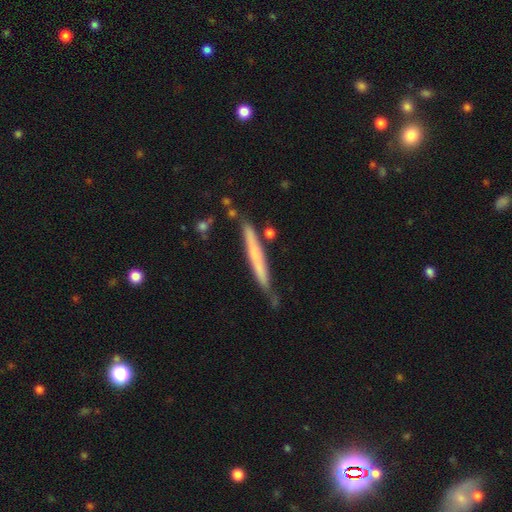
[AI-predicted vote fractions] smooth-or-featured: smooth: 50% | featured or disk: 44% | star or artifact: 6%
  how-rounded: cigar-shaped: 96% | in between: 3% | round: 1%
  merging: none: 75% | minor disturbance: 17% | merger: 4% | major disturbance: 3%